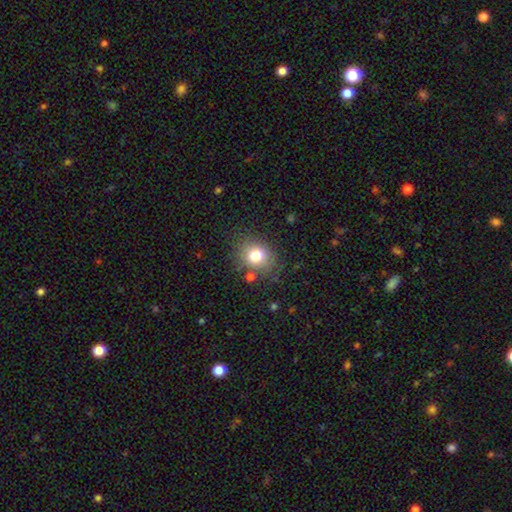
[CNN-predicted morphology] This appears to be a smooth galaxy with no disk features (76%) that is round (66%). Merging: none (76%).